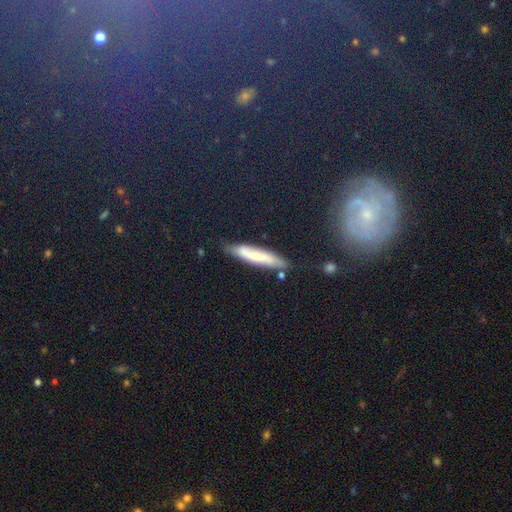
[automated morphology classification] type=smooth (59%); roundness=cigar-shaped (88%); merging=none (75%).